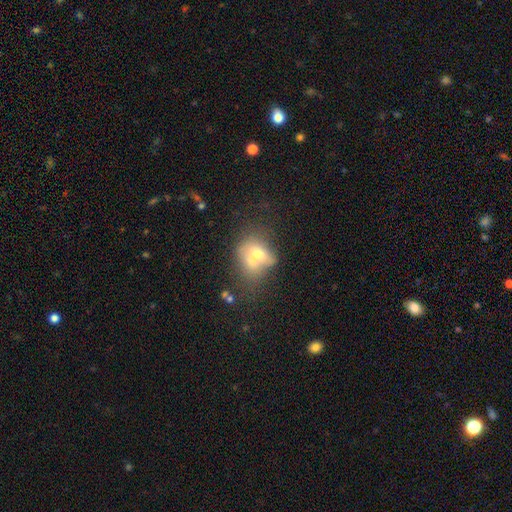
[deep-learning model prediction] smooth 55%, featured or disk 33%, star or artifact 11%. Down the decision tree: how rounded — in between (56%); merging — merger (61%).